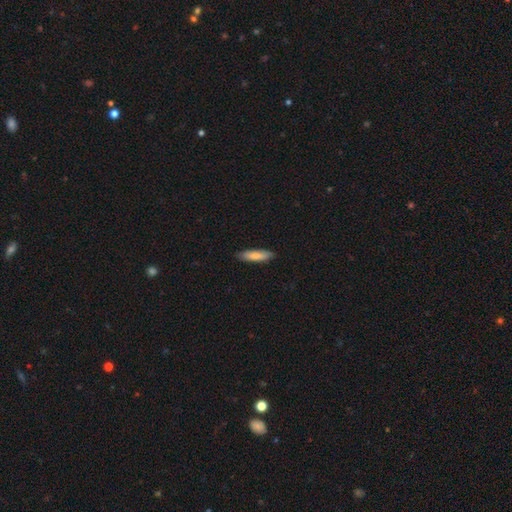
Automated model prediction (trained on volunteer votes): smooth 80%, featured or disk 15%, star or artifact 5%. Down the decision tree: how rounded — cigar-shaped (66%); merging — none (87%).